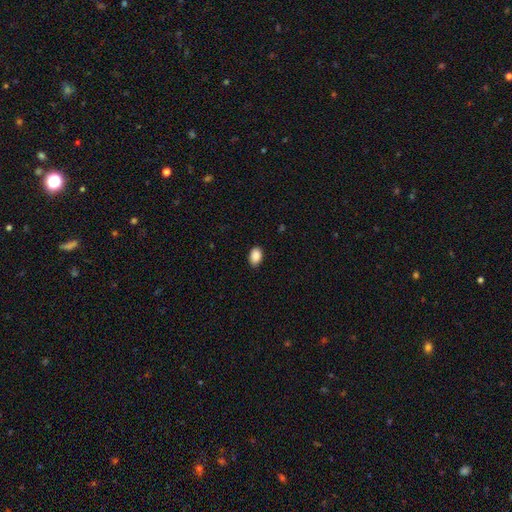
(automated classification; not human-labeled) smooth-or-featured: smooth: 90% | star or artifact: 7% | featured or disk: 3%
  how-rounded: in between: 86% | round: 12% | cigar-shaped: 1%
  merging: none: 86% | minor disturbance: 11% | major disturbance: 2% | merger: 1%